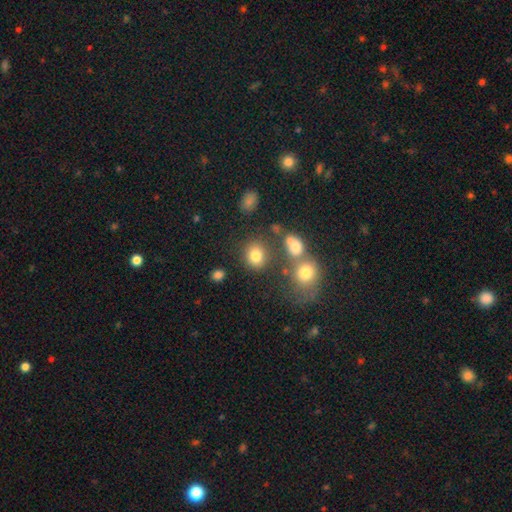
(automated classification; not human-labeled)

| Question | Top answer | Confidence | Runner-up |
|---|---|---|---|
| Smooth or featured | smooth | 78% | star or artifact (14%) |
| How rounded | round | 74% | in between (25%) |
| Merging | none | 71% | merger (12%) |